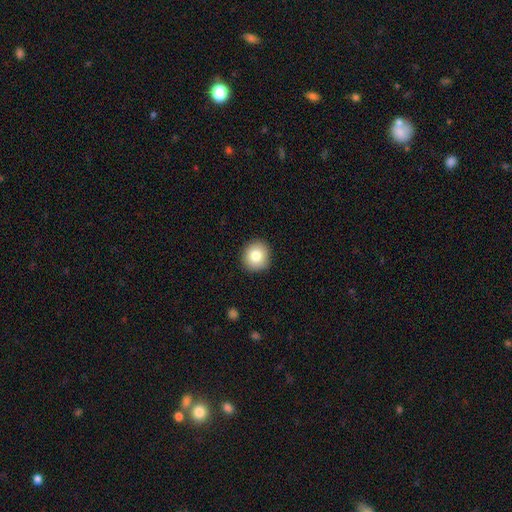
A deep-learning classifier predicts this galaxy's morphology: smooth-or-featured: smooth: 81% | featured or disk: 10% | star or artifact: 9%
  how-rounded: round: 88% | in between: 11% | cigar-shaped: 1%
  merging: none: 91% | minor disturbance: 6% | major disturbance: 2% | merger: 1%